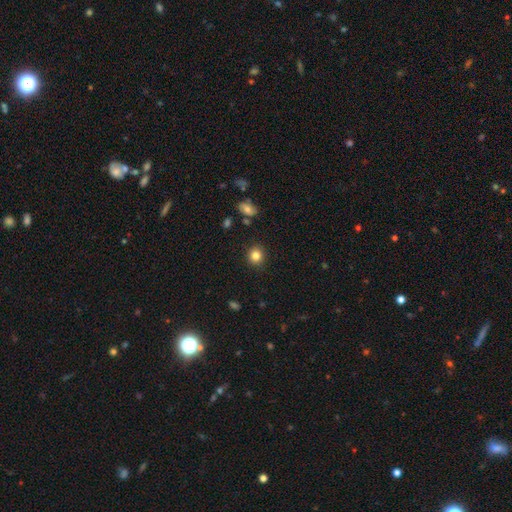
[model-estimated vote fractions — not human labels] This is clearly a smooth galaxy (83%). How rounded: clearly round (86%). Merging: clearly none (90%).